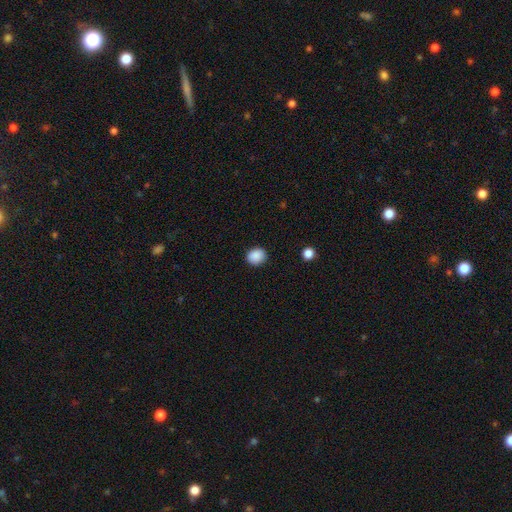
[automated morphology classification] The model was most divided on "how rounded": round: 66%, in between: 33%, cigar-shaped: 1%. More confident: merging — none (89%); smooth or featured — smooth (89%).